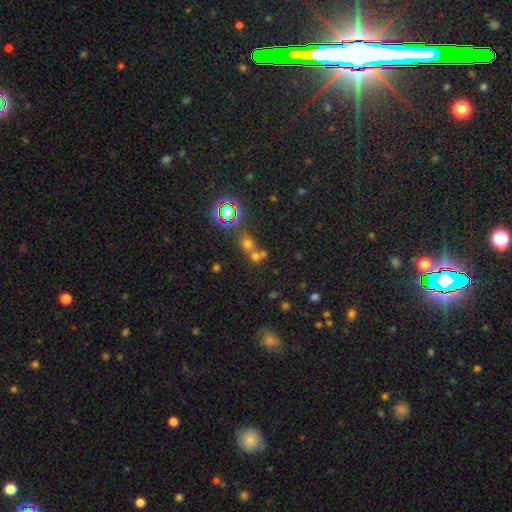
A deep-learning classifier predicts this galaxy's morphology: star or artifact 57%, smooth 32%, featured or disk 11%.